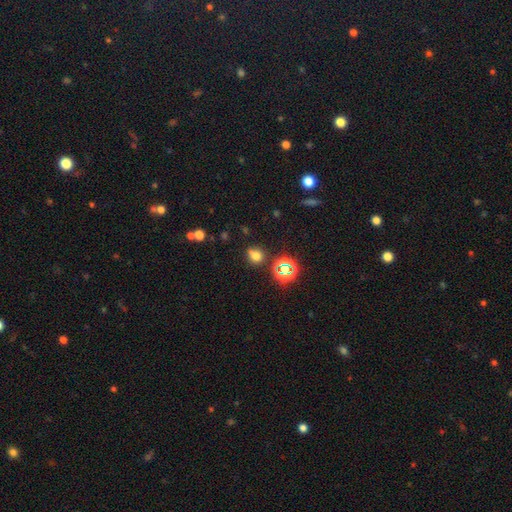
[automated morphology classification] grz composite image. It shows a smooth galaxy with no disk features (67%) that is round (74%). Merging: none (68%).